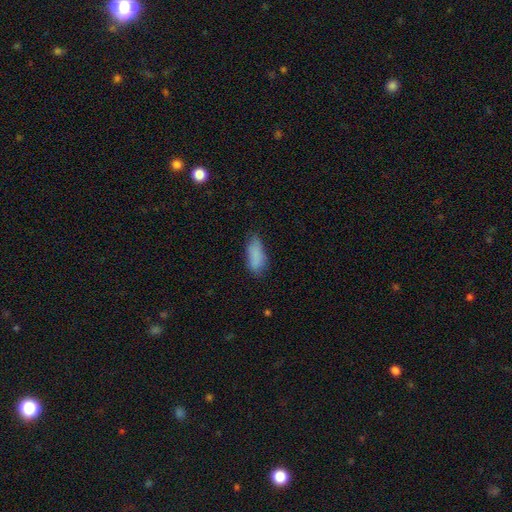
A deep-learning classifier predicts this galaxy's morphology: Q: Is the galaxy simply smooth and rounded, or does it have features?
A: smooth — 84%.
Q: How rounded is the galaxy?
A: in between — 78%.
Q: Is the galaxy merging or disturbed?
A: none — 66%.